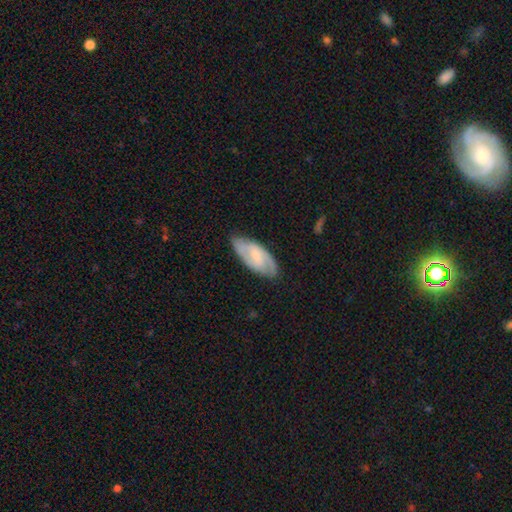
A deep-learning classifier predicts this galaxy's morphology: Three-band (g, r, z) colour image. It shows a featured or disk galaxy (59%) with a weak bar (46%), spiral arms (85%) and a small central bulge (55%). Merging: none (77%).